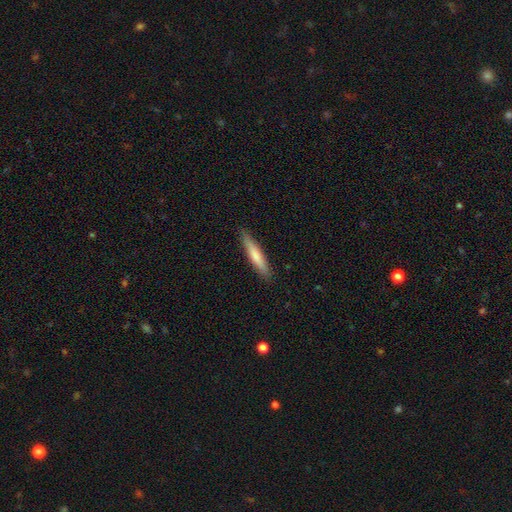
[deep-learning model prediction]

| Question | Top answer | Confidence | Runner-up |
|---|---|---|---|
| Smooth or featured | smooth | 72% | featured or disk (23%) |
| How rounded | cigar-shaped | 90% | in between (9%) |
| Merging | none | 88% | minor disturbance (9%) |